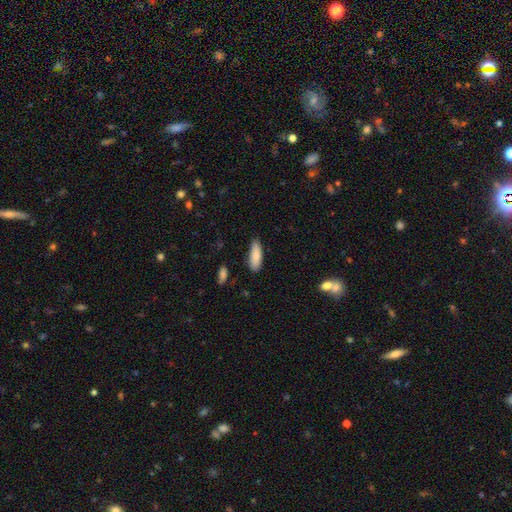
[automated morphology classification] Q: Smooth or featured?
A: smooth (86%); runner-up: featured or disk (8%)
Q: How rounded?
A: in between (58%); runner-up: cigar-shaped (40%)
Q: Merging?
A: none (83%); runner-up: minor disturbance (13%)